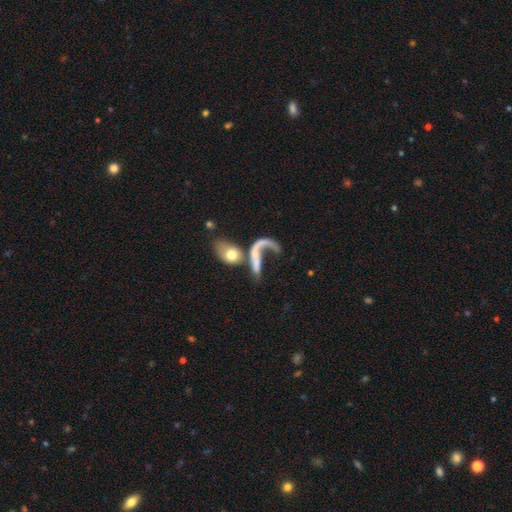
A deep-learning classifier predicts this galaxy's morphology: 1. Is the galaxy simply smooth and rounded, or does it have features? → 57% featured or disk, 34% smooth, 9% star or artifact.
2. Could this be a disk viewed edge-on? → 89% no, 11% yes.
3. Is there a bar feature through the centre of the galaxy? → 71% no, 19% weak, 9% strong.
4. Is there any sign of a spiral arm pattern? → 51% yes, 49% no.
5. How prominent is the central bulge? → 36% small, 31% moderate, 21% none, 7% large, 4% dominant.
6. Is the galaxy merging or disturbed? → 44% merger, 33% major disturbance, 16% none, 8% minor disturbance.